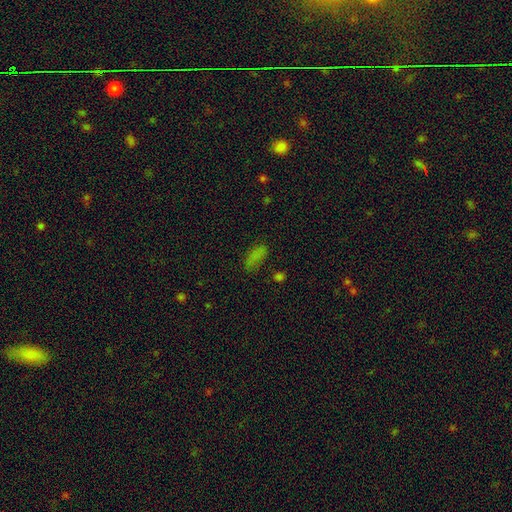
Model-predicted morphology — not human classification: smooth_or_featured: smooth (p=0.72) [alt: star or artifact p=0.20]
how_rounded: in between (p=0.79) [alt: cigar-shaped p=0.16]
merging: none (p=0.69) [alt: minor disturbance p=0.19]